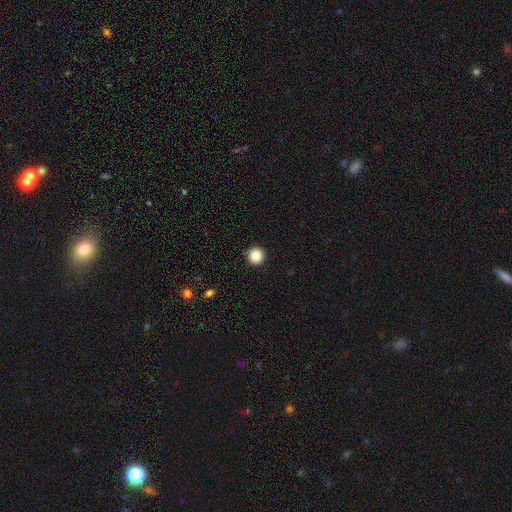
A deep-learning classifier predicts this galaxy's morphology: Smooth or featured?
  - smooth: 87% *
  - star or artifact: 10%
  - featured or disk: 3%
How rounded?
  - round: 95% *
  - in between: 4%
  - cigar-shaped: 1%
Merging?
  - none: 94% *
  - minor disturbance: 4%
  - major disturbance: 1%
  - merger: 1%